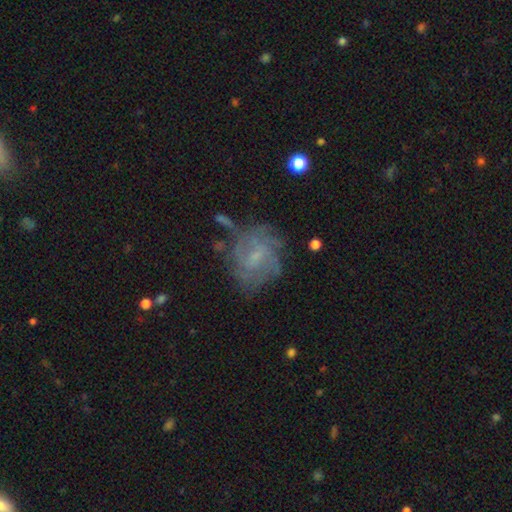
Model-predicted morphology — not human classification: Smooth or featured? featured or disk (66%)
Edge-on disk? no (97%)
Bar? weak (49%)
Spiral arms? yes (80%)
Spiral winding? tight (48%)
Spiral arm count? can't tell (52%)
Bulge size? small (57%)
Merging? none (65%)